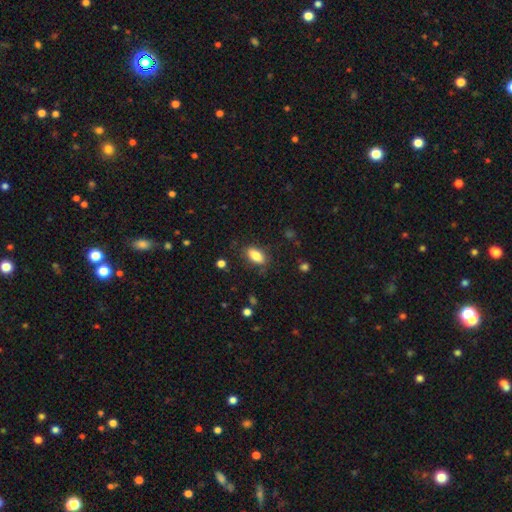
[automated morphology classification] A smooth galaxy with no disk features (83%) that is in between round and cigar-shaped (86%). Merging: none (82%).